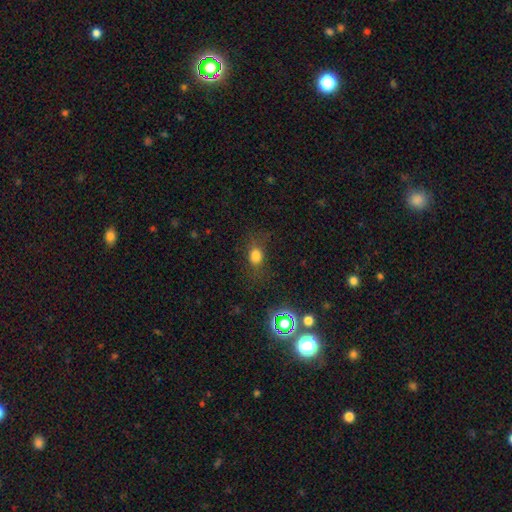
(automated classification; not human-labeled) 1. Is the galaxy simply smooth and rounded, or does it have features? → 72% smooth, 18% star or artifact, 10% featured or disk.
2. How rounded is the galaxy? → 56% in between, 41% round, 3% cigar-shaped.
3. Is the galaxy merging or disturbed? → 66% none, 19% minor disturbance, 13% major disturbance, 2% merger.